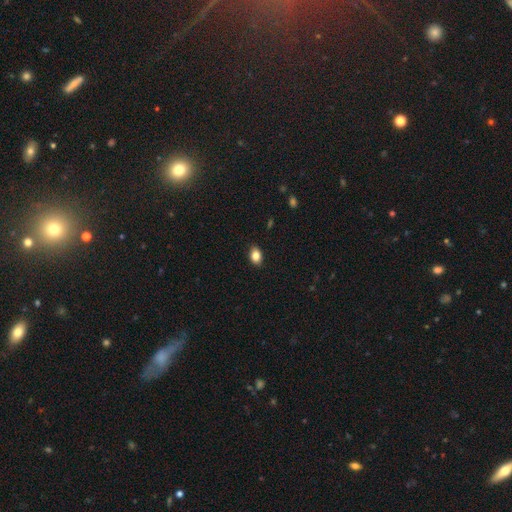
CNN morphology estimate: Smooth or featured?
  - smooth: 86% *
  - star or artifact: 9%
  - featured or disk: 6%
How rounded?
  - in between: 81% *
  - round: 17%
  - cigar-shaped: 1%
Merging?
  - none: 88% *
  - minor disturbance: 9%
  - major disturbance: 2%
  - merger: 1%